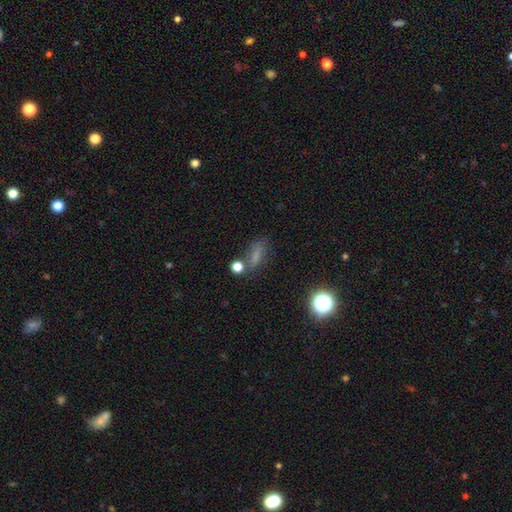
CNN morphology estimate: The model was most divided on "merging": none: 53%, minor disturbance: 21%, merger: 13%, major disturbance: 13%. More confident: smooth or featured — smooth (60%); how rounded — in between (60%).